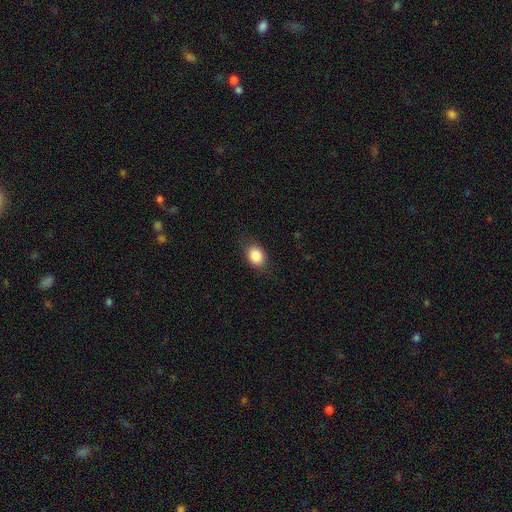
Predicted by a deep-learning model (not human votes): Smooth or featured: smooth — 86% (star or artifact — 8%)
How rounded: in between — 67% (round — 32%)
Merging: none — 83% (minor disturbance — 13%)